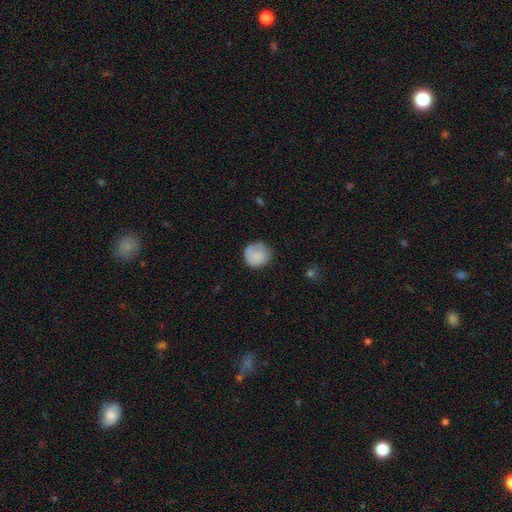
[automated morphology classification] type=smooth (83%); roundness=round (90%); merging=none (70%).